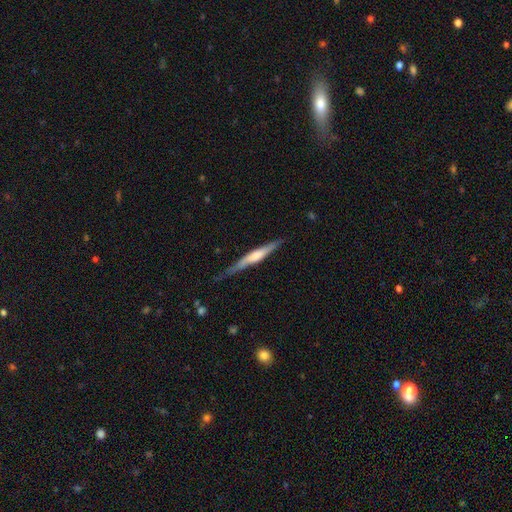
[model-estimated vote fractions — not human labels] This appears to be a featured or disk galaxy (55%) viewed edge-on (94%) with a rounded central bulge (52%). Merging: none (71%).